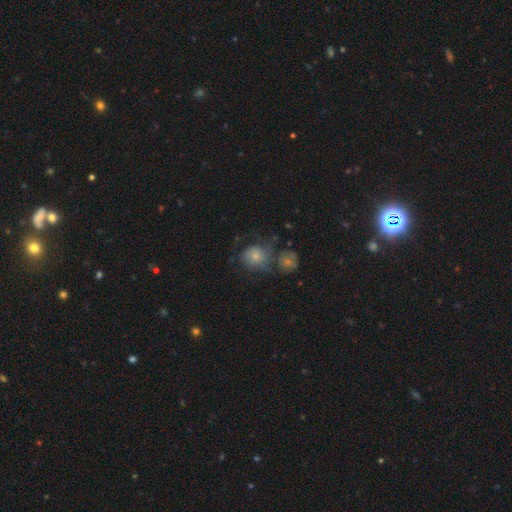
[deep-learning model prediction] The model was most divided on "smooth or featured": featured or disk: 44%, smooth: 37%, star or artifact: 19%. More confident: merging — none (52%).